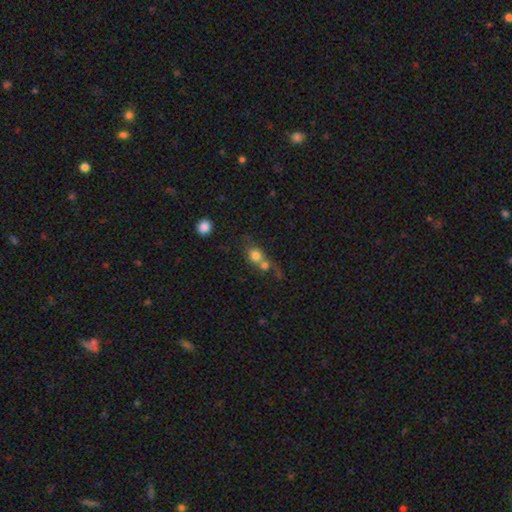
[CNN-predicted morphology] smooth-or-featured: smooth: 75% | featured or disk: 14% | star or artifact: 11%
  how-rounded: round: 77% | in between: 21% | cigar-shaped: 2%
  merging: merger: 58% | none: 29% | minor disturbance: 7% | major disturbance: 5%